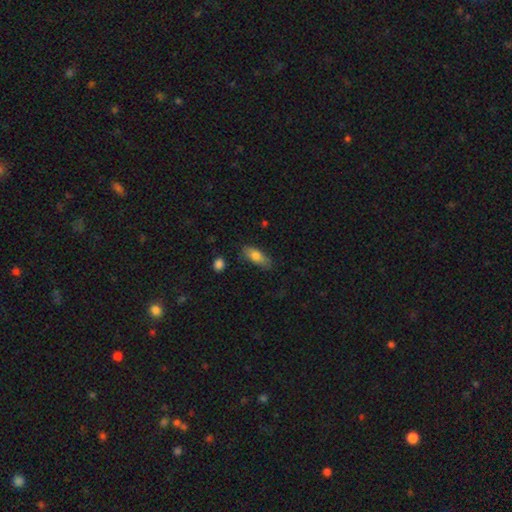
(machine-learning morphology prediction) Smooth or featured? Predicted: smooth (p=0.77). How rounded? Predicted: in between (p=0.73). Merging? Predicted: none (p=0.77).